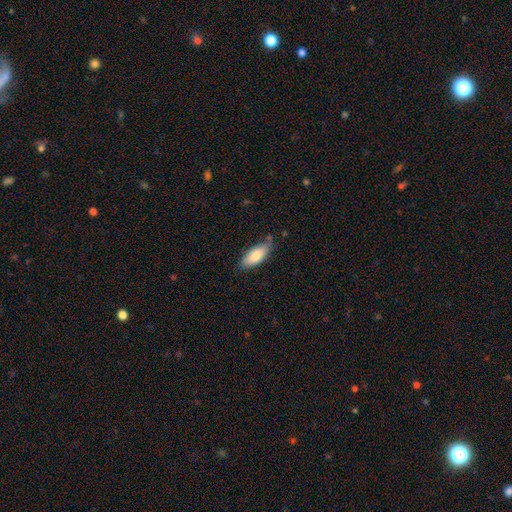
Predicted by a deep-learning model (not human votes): smooth 81%, featured or disk 12%, star or artifact 6%. Down the decision tree: how rounded — in between (81%); merging — none (69%).